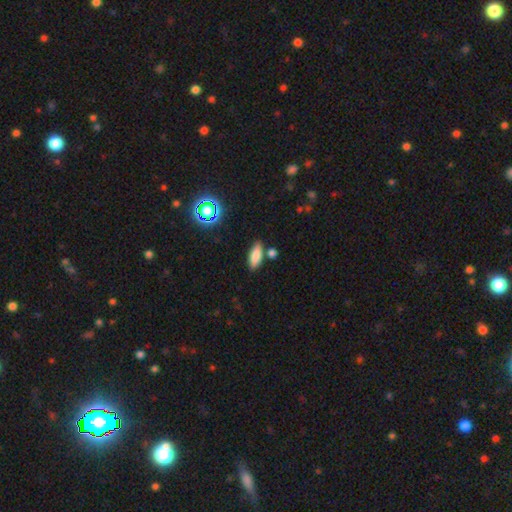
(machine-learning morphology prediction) smooth 81%, star or artifact 10%, featured or disk 9%. Down the decision tree: how rounded — in between (72%); merging — none (77%).